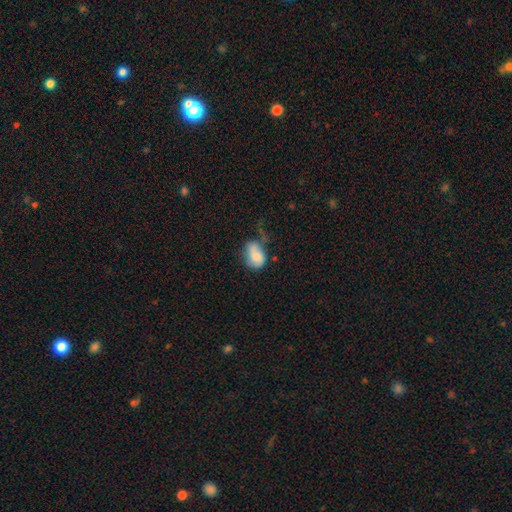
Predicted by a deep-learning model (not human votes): The model was most divided on "merging": minor disturbance: 35%, none: 34%, major disturbance: 22%, merger: 9%. More confident: how rounded — in between (74%); smooth or featured — smooth (72%).